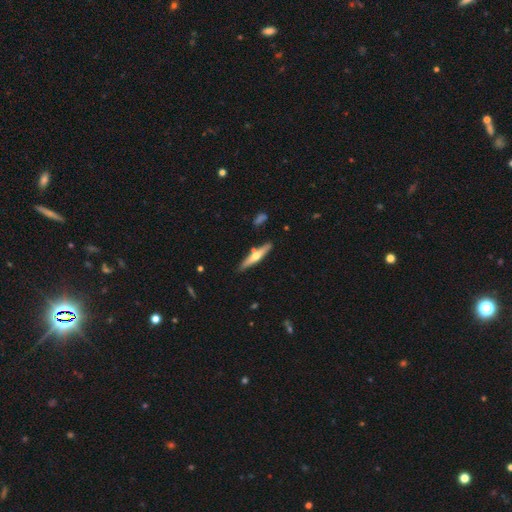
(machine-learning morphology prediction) A featured or disk galaxy (58%) viewed edge-on (94%) with a rounded central bulge (91%).

Vote fractions:
- Smooth or featured? featured or disk: 58% / smooth: 37% / star or artifact: 6%
- Edge-on disk? yes: 94% / no: 6%
- Edge-on bulge? rounded: 91% / none: 7% / boxy: 3%
- Merging? none: 84% / minor disturbance: 9% / merger: 5% / major disturbance: 2%